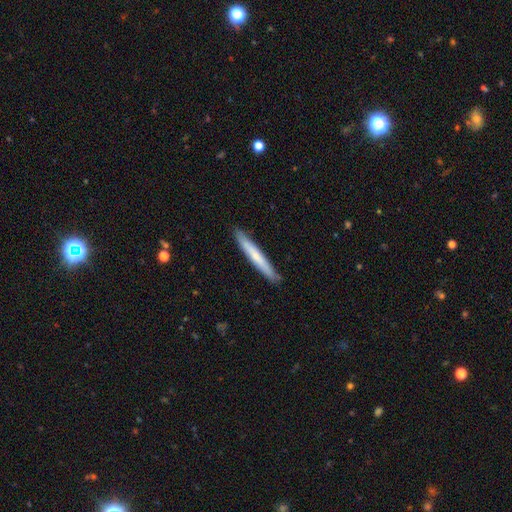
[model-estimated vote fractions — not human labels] A smooth galaxy with no disk features (59%) that is cigar-shaped (96%). Merging: none (90%).